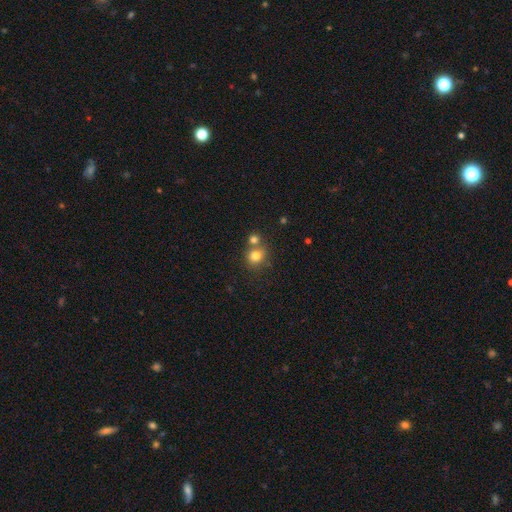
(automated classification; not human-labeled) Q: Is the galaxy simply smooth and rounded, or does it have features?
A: smooth — 79%.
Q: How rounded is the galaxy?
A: round — 76%.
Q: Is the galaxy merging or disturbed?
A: none — 55%.